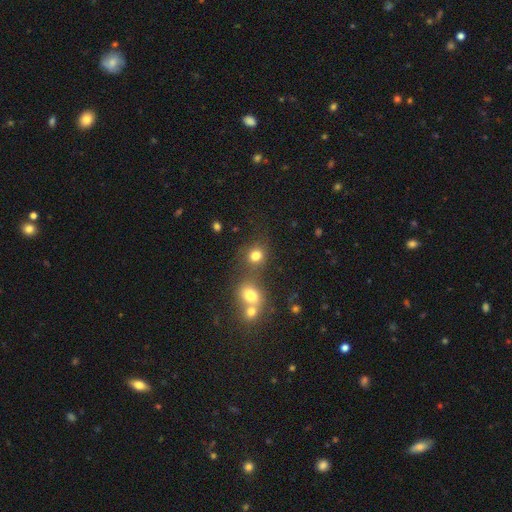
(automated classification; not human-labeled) Smooth or featured: smooth — 77% (star or artifact — 15%)
How rounded: round — 78% (in between — 21%)
Merging: none — 51% (merger — 35%)